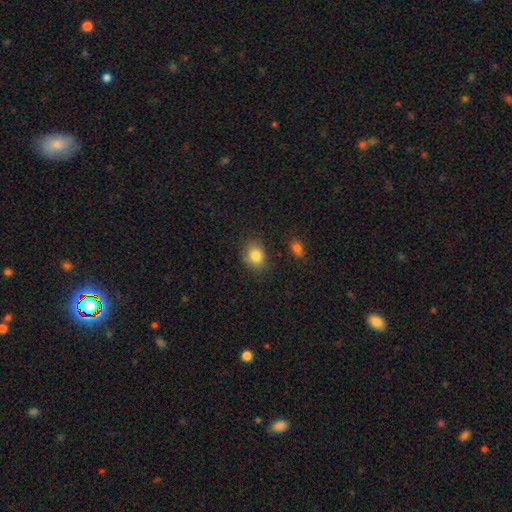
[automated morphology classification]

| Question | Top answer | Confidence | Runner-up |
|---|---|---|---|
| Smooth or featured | smooth | 84% | star or artifact (10%) |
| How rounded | round | 50% | in between (49%) |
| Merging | none | 78% | minor disturbance (16%) |